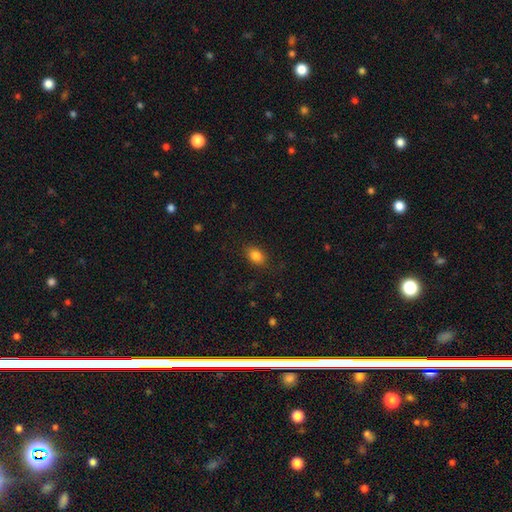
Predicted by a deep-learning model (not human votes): Smooth or featured?
  - smooth: 84% *
  - star or artifact: 9%
  - featured or disk: 7%
How rounded?
  - in between: 77% *
  - round: 21%
  - cigar-shaped: 1%
Merging?
  - none: 84% *
  - minor disturbance: 11%
  - major disturbance: 3%
  - merger: 1%